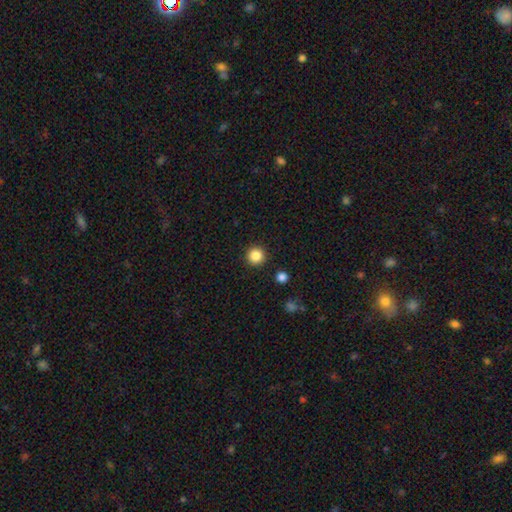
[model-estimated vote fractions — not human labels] Smooth or featured? smooth (85%)
How rounded? round (96%)
Merging? none (92%)